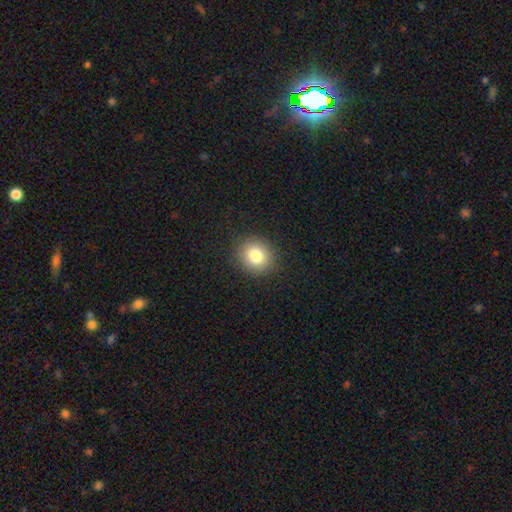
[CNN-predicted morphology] The model was most divided on "how rounded": round: 82%, in between: 18%, cigar-shaped: 1%. More confident: merging — none (90%); smooth or featured — smooth (81%).